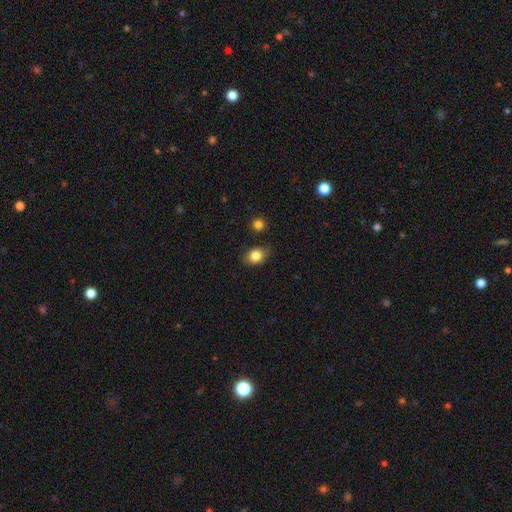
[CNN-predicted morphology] A smooth galaxy with no disk features (84%) that is in between round and cigar-shaped (59%).

Vote fractions:
- Smooth or featured? smooth: 84% / star or artifact: 9% / featured or disk: 7%
- How rounded? in between: 59% / round: 40% / cigar-shaped: 1%
- Merging? none: 84% / minor disturbance: 11% / major disturbance: 2% / merger: 2%